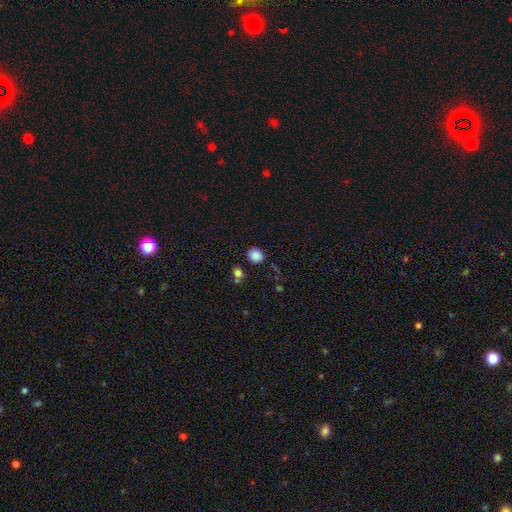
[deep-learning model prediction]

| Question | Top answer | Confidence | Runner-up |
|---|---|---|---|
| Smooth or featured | smooth | 85% | star or artifact (11%) |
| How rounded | round | 85% | in between (14%) |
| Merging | none | 83% | minor disturbance (9%) |